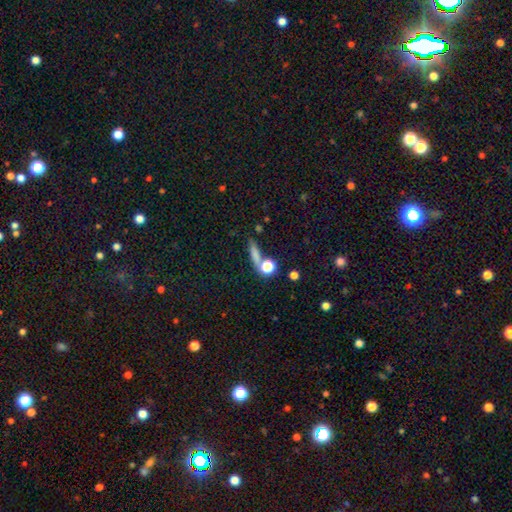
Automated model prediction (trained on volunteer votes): Smooth or featured? smooth (67%)
How rounded? cigar-shaped (60%)
Merging? none (64%)